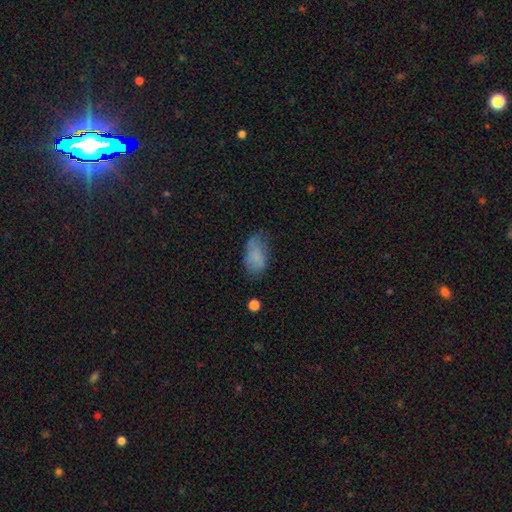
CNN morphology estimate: Smooth or featured? Predicted: smooth (p=0.76). How rounded? Predicted: in between (p=0.93). Merging? Predicted: none (p=0.50).